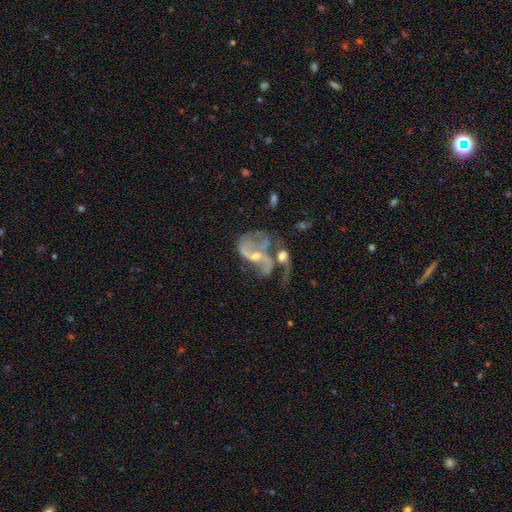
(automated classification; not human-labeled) smooth_or_featured: featured or disk (p=0.81) [alt: smooth p=0.10]
disk_edge_on: no (p=0.97) [alt: yes p=0.03]
bar: no (p=0.44) [alt: weak p=0.39]
has_spiral_arms: yes (p=0.83) [alt: no p=0.17]
spiral_winding: loose (p=0.59) [alt: medium p=0.31]
spiral_arm_count: 2 (p=0.64) [alt: can't tell p=0.13]
bulge_size: small (p=0.52) [alt: moderate p=0.36]
merging: merger (p=0.37) [alt: major disturbance p=0.30]